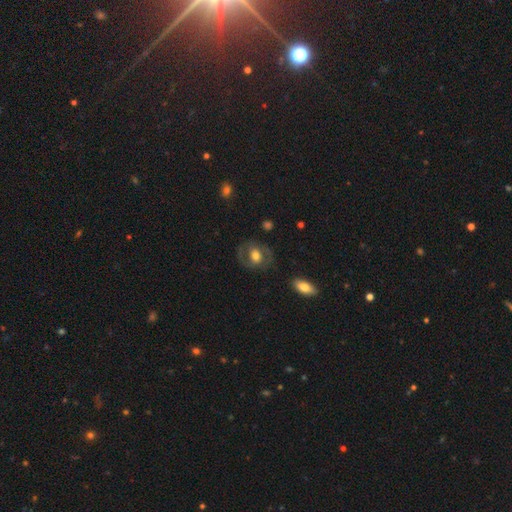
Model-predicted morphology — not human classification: Overall: featured or disk (49%; smooth 44%). Merging: none (74%).